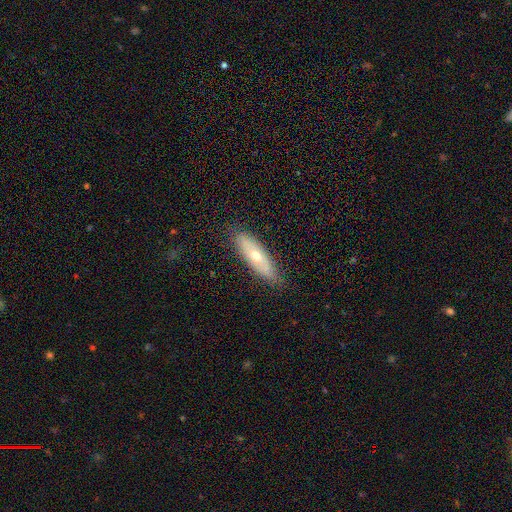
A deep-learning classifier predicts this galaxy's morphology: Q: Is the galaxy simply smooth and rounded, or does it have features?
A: smooth — 49%.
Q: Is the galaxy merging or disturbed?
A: none — 83%.